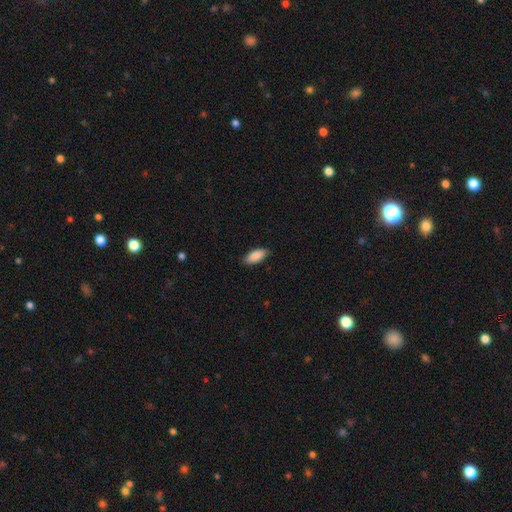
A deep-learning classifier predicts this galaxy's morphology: Smooth or featured? smooth (89%)
How rounded? in between (88%)
Merging? none (85%)